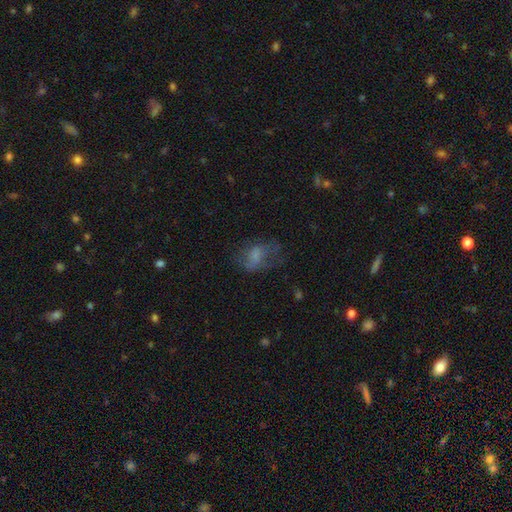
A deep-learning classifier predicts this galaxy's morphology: This is possibly a smooth galaxy (55%). How rounded: likely in between (77%). Merging: marginally none (39%).